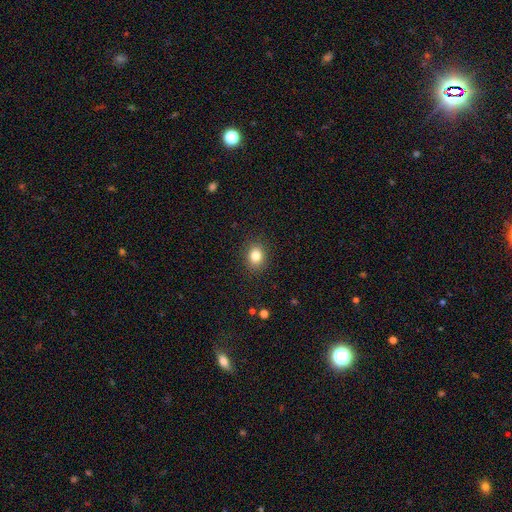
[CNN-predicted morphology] smooth 83%, star or artifact 11%, featured or disk 6%. Down the decision tree: how rounded — round (60%); merging — none (89%).